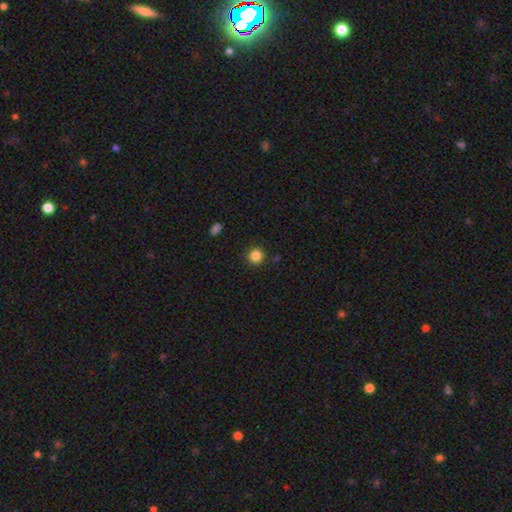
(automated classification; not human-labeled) Smooth or featured: smooth — 85% (star or artifact — 11%)
How rounded: round — 95% (in between — 4%)
Merging: none — 91% (minor disturbance — 6%)